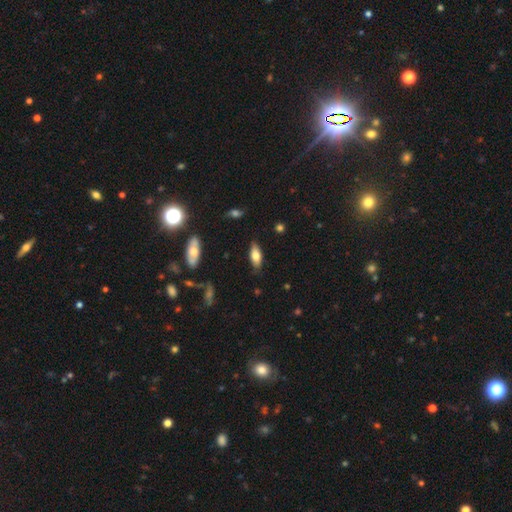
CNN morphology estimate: Smooth or featured? Predicted: smooth (p=0.71). How rounded? Predicted: in between (p=0.80). Merging? Predicted: none (p=0.82).